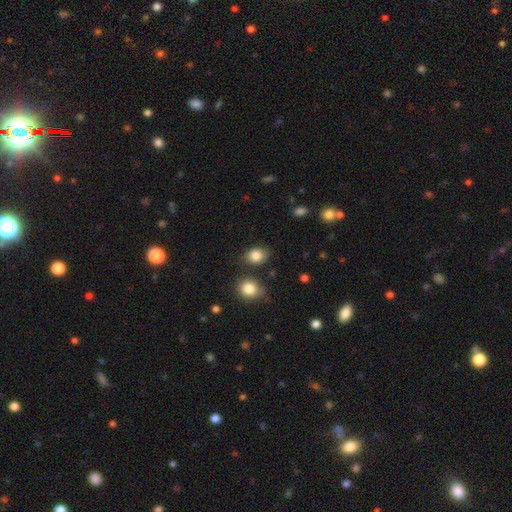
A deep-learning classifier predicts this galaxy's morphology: type=smooth (85%); roundness=in between (62%); merging=none (74%).